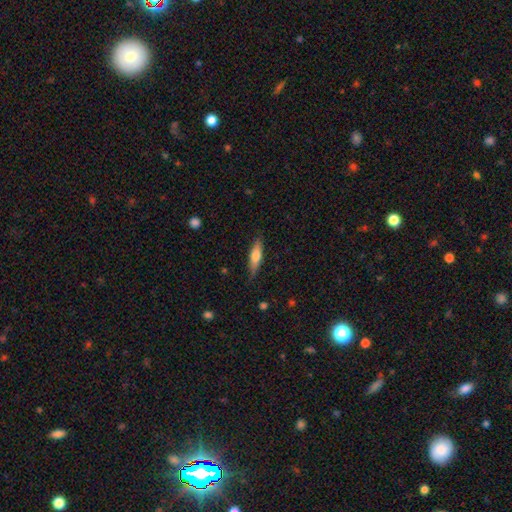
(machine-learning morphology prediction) A smooth galaxy with no disk features (59%) that is cigar-shaped (65%).

Vote fractions:
- Smooth or featured? smooth: 59% / featured or disk: 35% / star or artifact: 6%
- How rounded? cigar-shaped: 65% / in between: 33% / round: 2%
- Merging? none: 84% / minor disturbance: 13% / major disturbance: 3% / merger: 1%